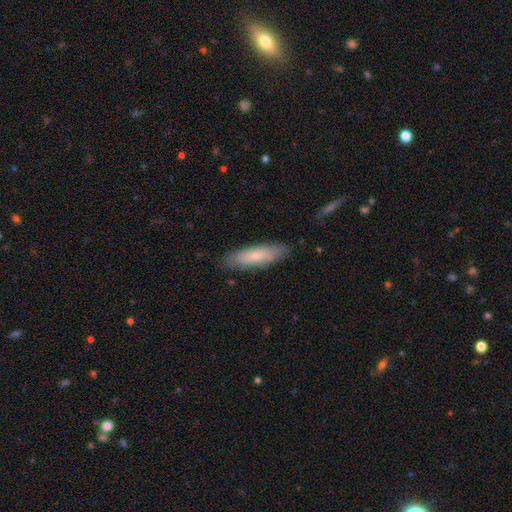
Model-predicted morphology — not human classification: This appears to be a smooth galaxy with no disk features (70%) that is cigar-shaped (55%). Merging: none (83%).